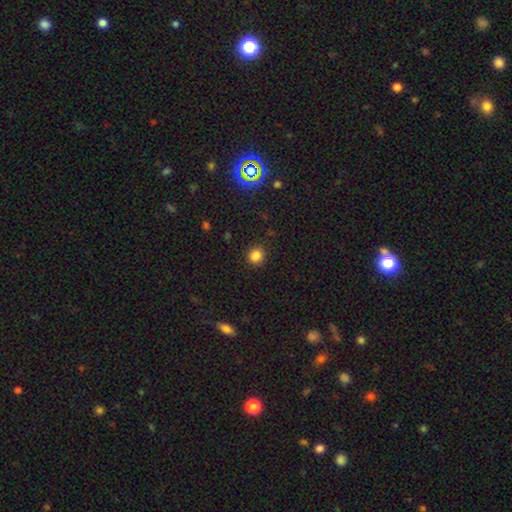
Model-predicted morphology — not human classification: Q: Smooth or featured?
A: smooth (84%); runner-up: star or artifact (13%)
Q: How rounded?
A: round (84%); runner-up: in between (15%)
Q: Merging?
A: none (89%); runner-up: minor disturbance (8%)